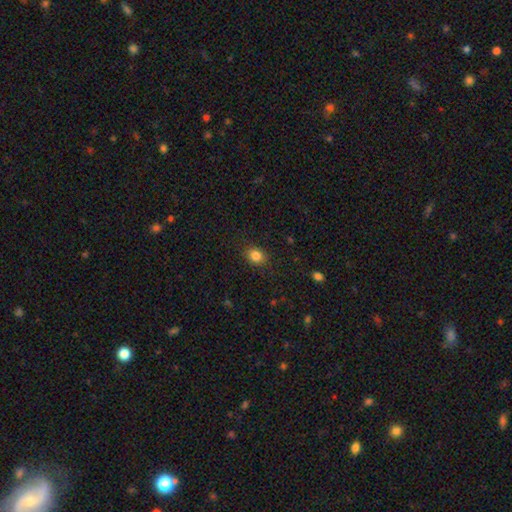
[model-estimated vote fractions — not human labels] Smooth or featured: smooth — 84% (star or artifact — 11%)
How rounded: round — 58% (in between — 41%)
Merging: none — 86% (minor disturbance — 10%)